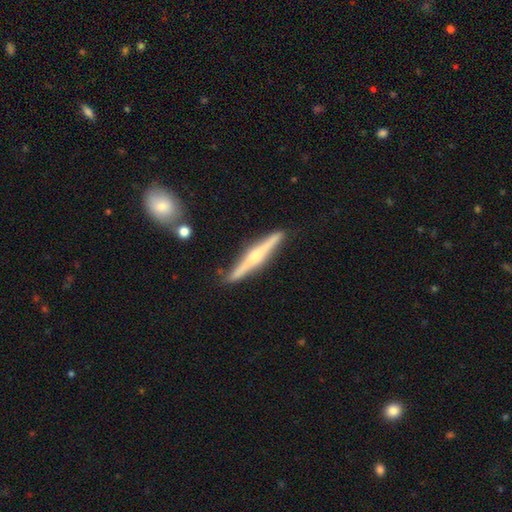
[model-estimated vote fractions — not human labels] Q: Smooth or featured?
A: featured or disk (74%); runner-up: smooth (19%)
Q: Edge-on disk?
A: yes (96%); runner-up: no (4%)
Q: Edge-on bulge?
A: rounded (81%); runner-up: none (12%)
Q: Merging?
A: none (82%); runner-up: minor disturbance (12%)